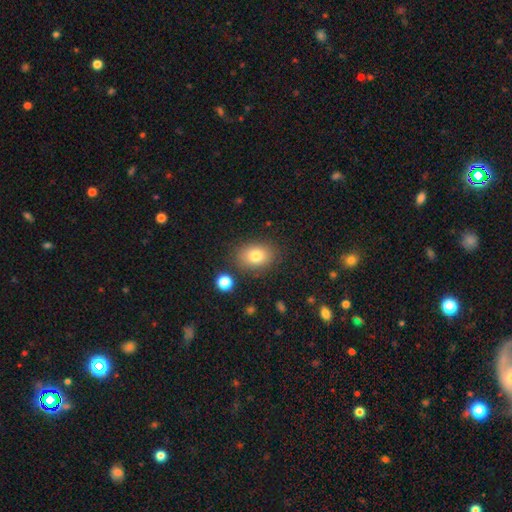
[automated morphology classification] Q: Smooth or featured?
A: smooth (80%); runner-up: featured or disk (10%)
Q: How rounded?
A: in between (67%); runner-up: round (32%)
Q: Merging?
A: none (82%); runner-up: minor disturbance (11%)